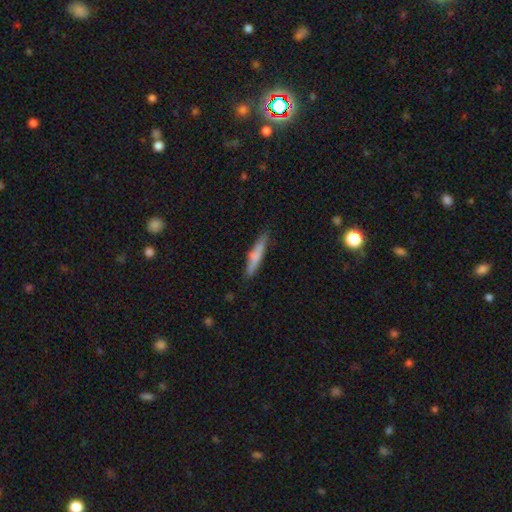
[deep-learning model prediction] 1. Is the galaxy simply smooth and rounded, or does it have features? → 71% smooth, 23% featured or disk, 6% star or artifact.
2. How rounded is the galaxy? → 90% cigar-shaped, 8% in between, 2% round.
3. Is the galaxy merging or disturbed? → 84% none, 12% minor disturbance, 2% major disturbance, 2% merger.